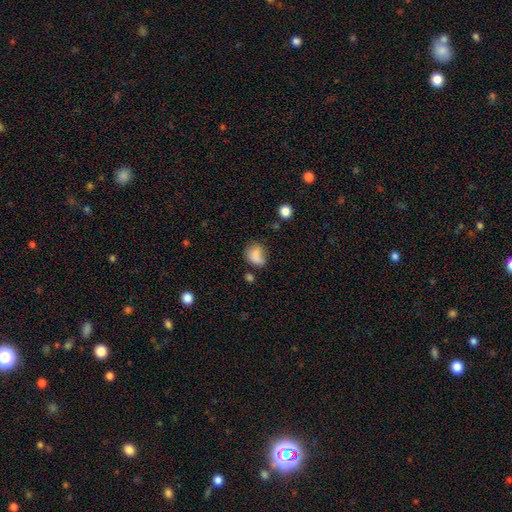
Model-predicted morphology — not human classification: The model was most divided on "how rounded": in between: 51%, round: 47%, cigar-shaped: 1%. Remaining: smooth or featured — smooth (78%); merging — none (47%).